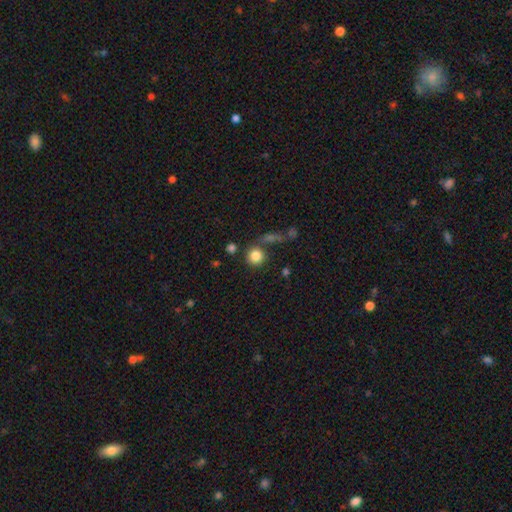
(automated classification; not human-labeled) A smooth galaxy with no disk features (84%) that is round (92%). Merging: none (75%).